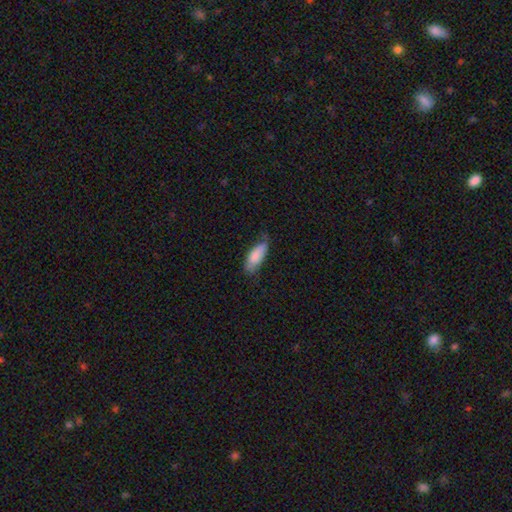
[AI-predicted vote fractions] The model was most divided on "merging": none: 55%, minor disturbance: 35%, major disturbance: 8%, merger: 2%. More confident: smooth or featured — smooth (82%); how rounded — in between (77%).